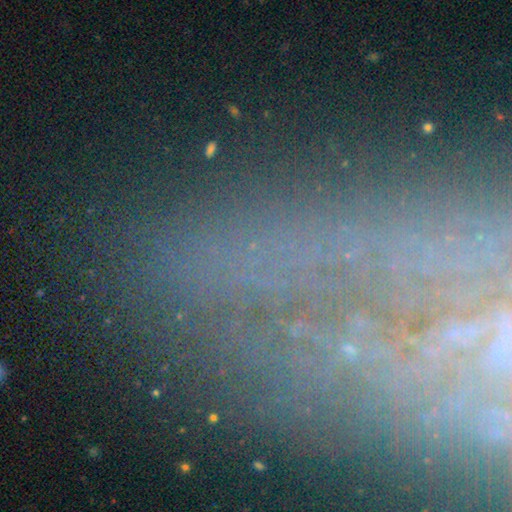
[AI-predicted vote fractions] smooth_or_featured: star or artifact (p=0.56) [alt: featured or disk p=0.26]